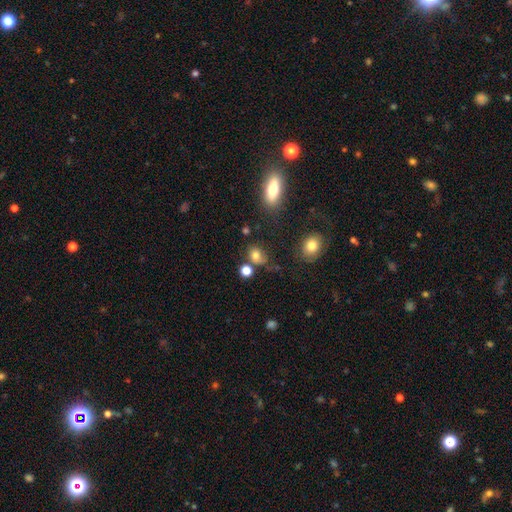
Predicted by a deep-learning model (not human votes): Morphology: type=smooth (78%); roundness=round (51%); merging=none (59%).